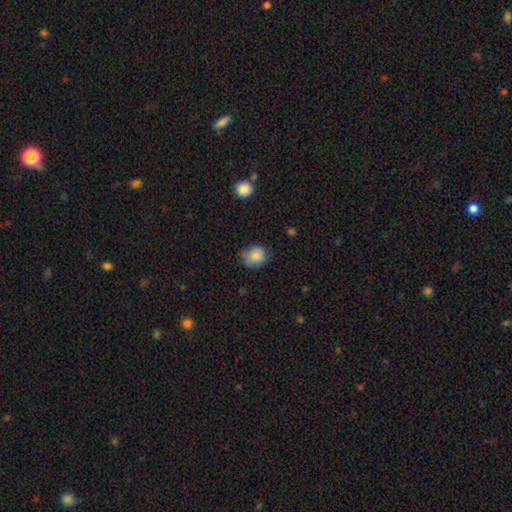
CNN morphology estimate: The model was most divided on "how rounded": round: 66%, in between: 33%, cigar-shaped: 1%. More confident: smooth or featured — smooth (85%); merging — none (66%).